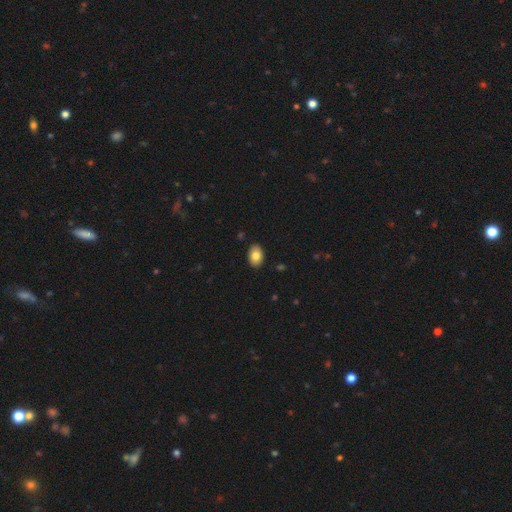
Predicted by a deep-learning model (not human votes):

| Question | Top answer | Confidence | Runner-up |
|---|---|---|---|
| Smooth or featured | smooth | 83% | featured or disk (10%) |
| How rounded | in between | 87% | round (12%) |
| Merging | none | 89% | minor disturbance (8%) |